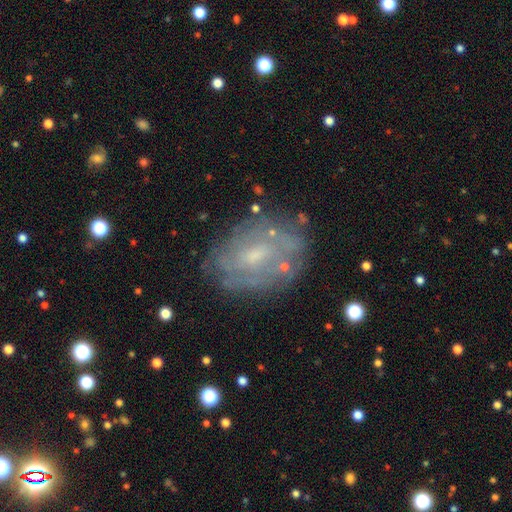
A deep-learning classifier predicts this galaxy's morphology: type=featured or disk (65%); edge-on=no (95%); bar=no (48%); spiral arms=yes (57%); bulge=small (50%); merging=none (71%).